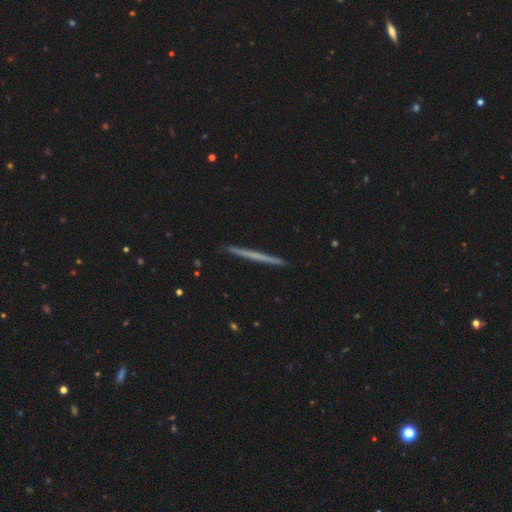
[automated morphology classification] featured or disk 51%, smooth 43%, star or artifact 6%. Down the decision tree: edge-on disk — yes (98%); merging — none (93%).